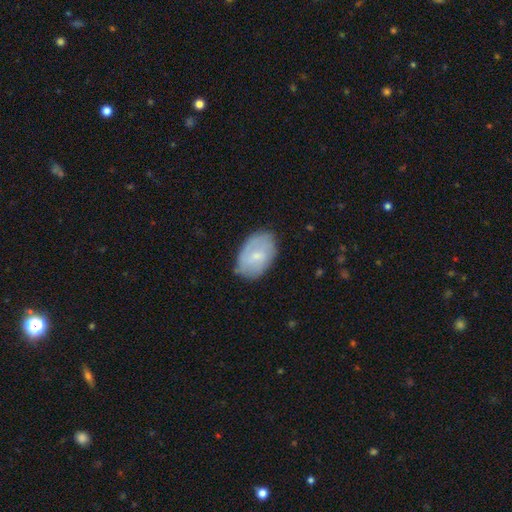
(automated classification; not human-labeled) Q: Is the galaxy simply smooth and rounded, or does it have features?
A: smooth — 58%.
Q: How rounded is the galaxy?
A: in between — 89%.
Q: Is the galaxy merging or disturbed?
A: none — 71%.